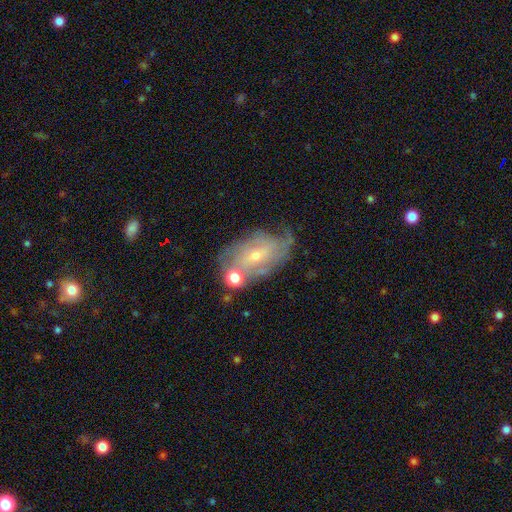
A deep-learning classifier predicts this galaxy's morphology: Smooth or featured: featured or disk — 74% (smooth — 18%)
Edge-on disk: no — 95% (yes — 5%)
Bar: no — 52% (weak — 38%)
Spiral arms: yes — 84% (no — 16%)
Spiral winding: tight — 49% (medium — 35%)
Spiral arm count: can't tell — 48% (2 — 20%)
Bulge size: small — 72% (moderate — 24%)
Merging: none — 50% (minor disturbance — 25%)